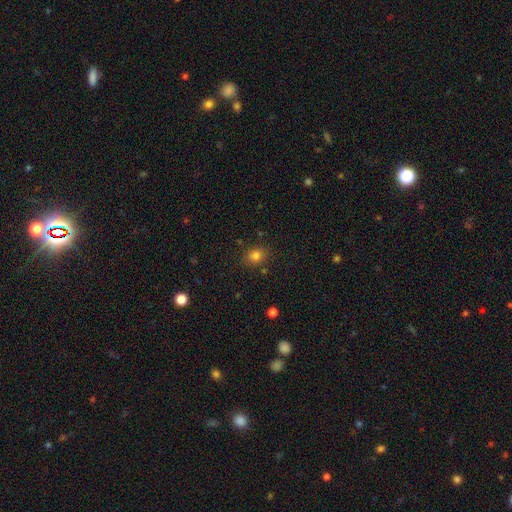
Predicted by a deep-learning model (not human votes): This appears to be a smooth galaxy with no disk features (80%) that is round (56%). Merging: none (83%).